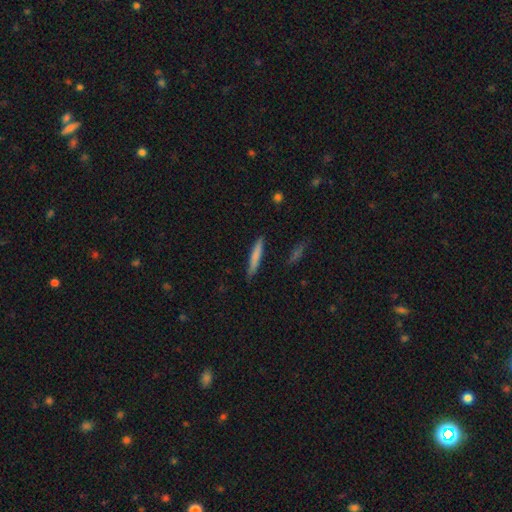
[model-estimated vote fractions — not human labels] smooth-or-featured: smooth: 73% | featured or disk: 21% | star or artifact: 6%
  how-rounded: cigar-shaped: 94% | in between: 5% | round: 1%
  merging: none: 87% | minor disturbance: 9% | major disturbance: 2% | merger: 2%